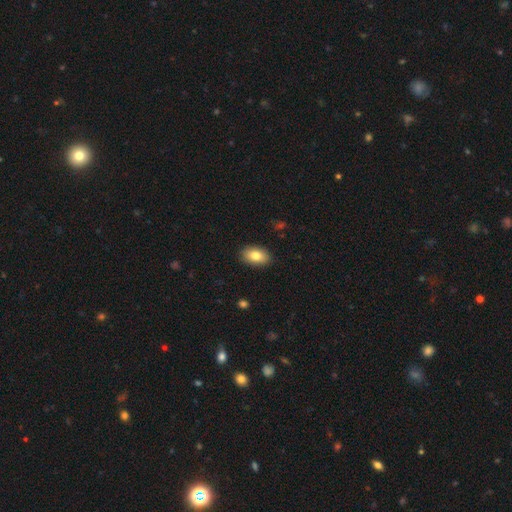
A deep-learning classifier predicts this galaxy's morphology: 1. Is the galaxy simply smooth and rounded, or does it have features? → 81% smooth, 11% featured or disk, 7% star or artifact.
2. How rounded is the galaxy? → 90% in between, 8% round, 2% cigar-shaped.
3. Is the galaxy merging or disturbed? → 89% none, 8% minor disturbance, 2% major disturbance, 1% merger.